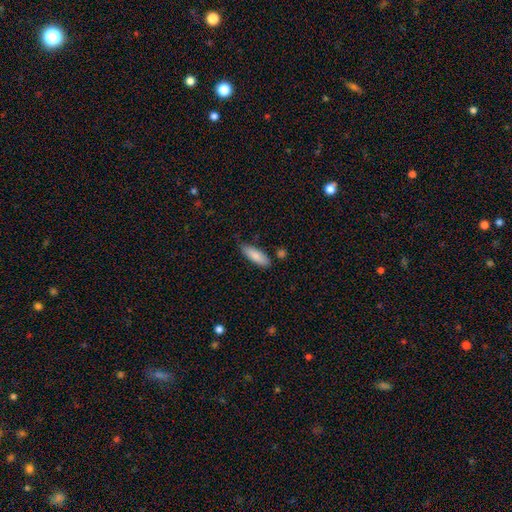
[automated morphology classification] Smooth or featured: smooth — 85% (featured or disk — 9%)
How rounded: in between — 52% (cigar-shaped — 46%)
Merging: none — 77% (minor disturbance — 16%)